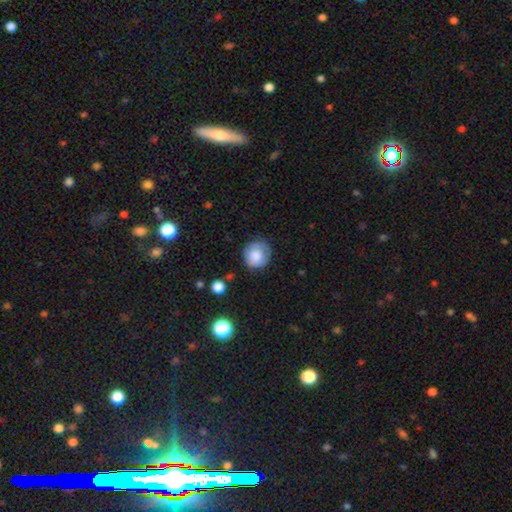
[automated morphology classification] Smooth or featured?
  - smooth: 79% *
  - featured or disk: 12%
  - star or artifact: 8%
How rounded?
  - round: 87% *
  - in between: 12%
  - cigar-shaped: 1%
Merging?
  - none: 68% *
  - minor disturbance: 23%
  - major disturbance: 7%
  - merger: 2%